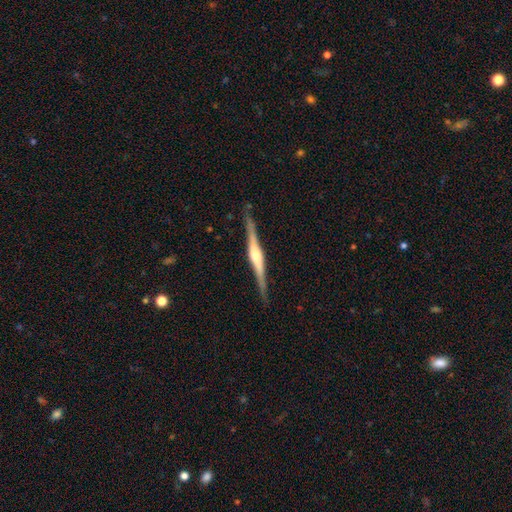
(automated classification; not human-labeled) Smooth or featured? Predicted: featured or disk (p=0.78). Edge-on disk? Predicted: yes (p=0.98). Edge-on bulge? Predicted: rounded (p=0.68). Merging? Predicted: none (p=0.86).